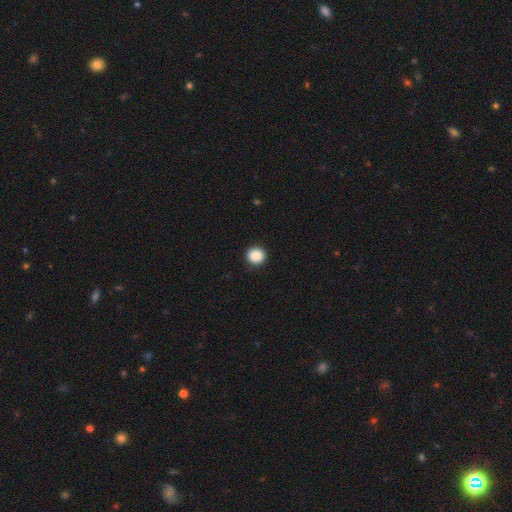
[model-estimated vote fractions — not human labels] Smooth or featured: smooth — 88% (star or artifact — 9%)
How rounded: round — 91% (in between — 8%)
Merging: none — 92% (minor disturbance — 5%)